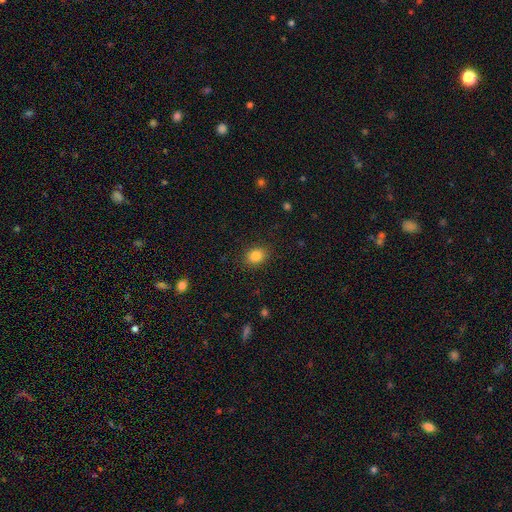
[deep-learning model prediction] Overall: smooth (85%). How rounded: in between (51%; round 48%). Merging: none (88%).